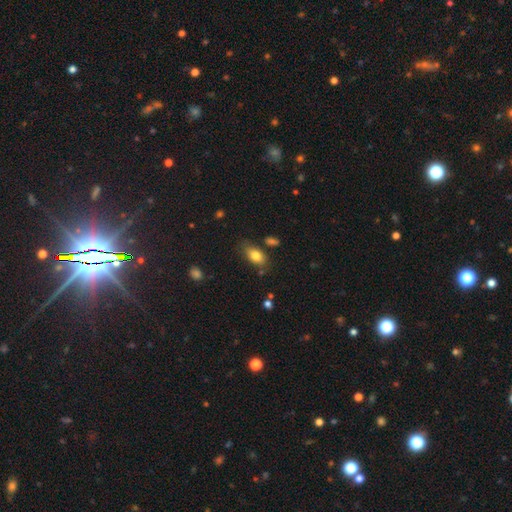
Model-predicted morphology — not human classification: Q: Smooth or featured?
A: smooth (81%); runner-up: featured or disk (10%)
Q: How rounded?
A: in between (89%); runner-up: round (8%)
Q: Merging?
A: none (73%); runner-up: minor disturbance (17%)